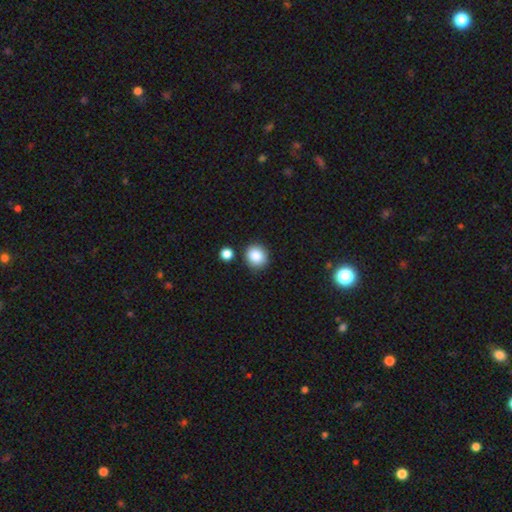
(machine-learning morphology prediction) Smooth or featured?
  - smooth: 86% *
  - star or artifact: 9%
  - featured or disk: 5%
How rounded?
  - round: 81% *
  - in between: 18%
  - cigar-shaped: 1%
Merging?
  - none: 84% *
  - minor disturbance: 9%
  - merger: 5%
  - major disturbance: 2%